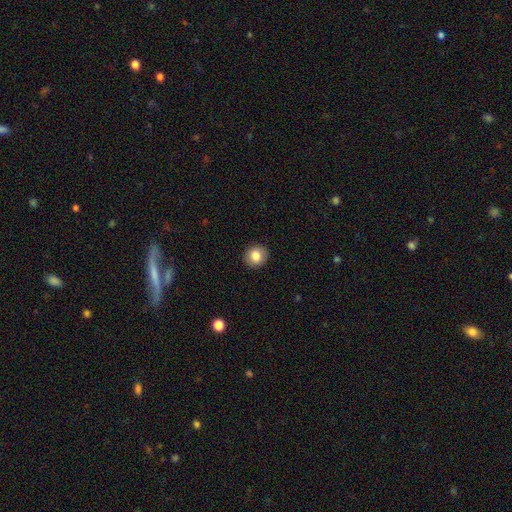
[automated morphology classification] type=smooth (83%); roundness=round (83%); merging=none (91%).